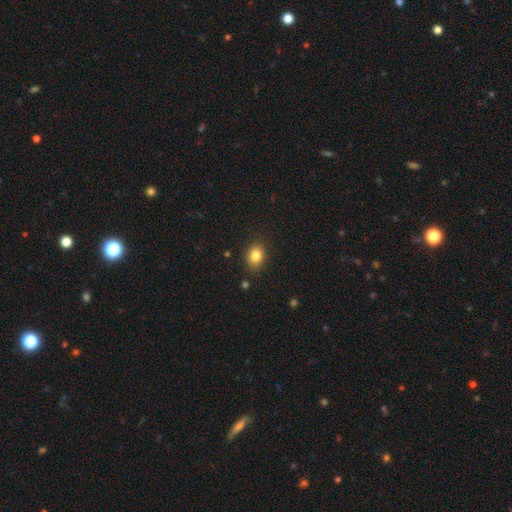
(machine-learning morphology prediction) smooth-or-featured: smooth: 83% | star or artifact: 10% | featured or disk: 6%
  how-rounded: in between: 53% | round: 46% | cigar-shaped: 1%
  merging: none: 85% | minor disturbance: 11% | major disturbance: 3% | merger: 2%